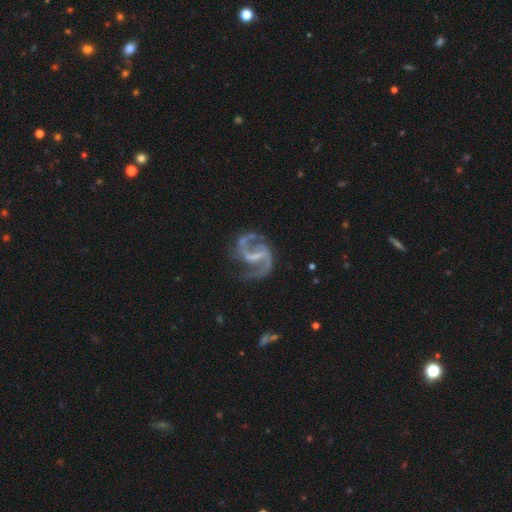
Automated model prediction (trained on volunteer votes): Smooth or featured? featured or disk (92%)
Edge-on disk? no (98%)
Bar? weak (48%)
Spiral arms? yes (97%)
Spiral winding? medium (55%)
Spiral arm count? 2 (91%)
Bulge size? none (42%)
Merging? none (64%)